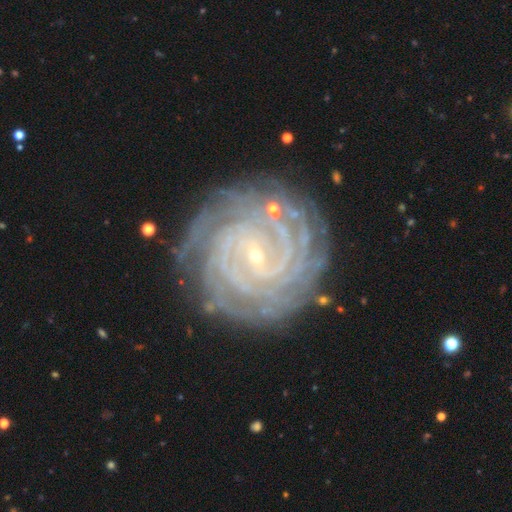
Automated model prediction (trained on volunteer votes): featured or disk 91%, star or artifact 5%, smooth 4%. Down the decision tree: edge-on disk — no (98%); bar — no (46%); spiral arms — yes (99%); spiral arm count — 4 (26%); spiral winding — tight (88%); bulge size — small (89%); merging — none (81%).